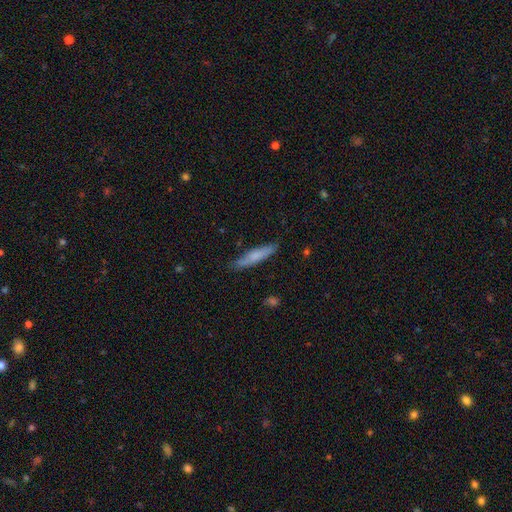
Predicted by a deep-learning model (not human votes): smooth_or_featured: smooth (p=0.68) [alt: featured or disk p=0.26]
how_rounded: cigar-shaped (p=0.85) [alt: in between p=0.13]
merging: none (p=0.80) [alt: minor disturbance p=0.16]